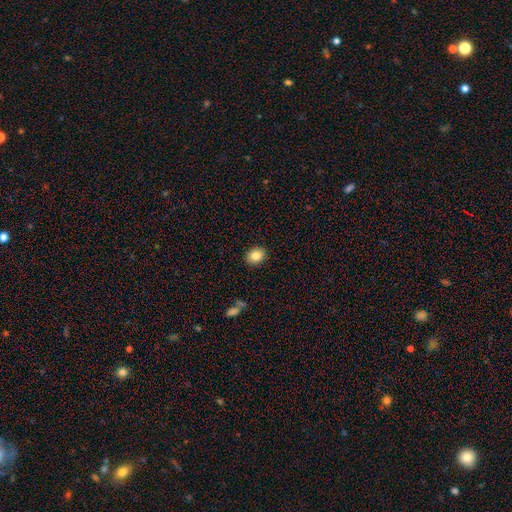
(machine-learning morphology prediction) Overall: smooth (84%). How rounded: in between (53%; round 46%). Merging: none (89%).